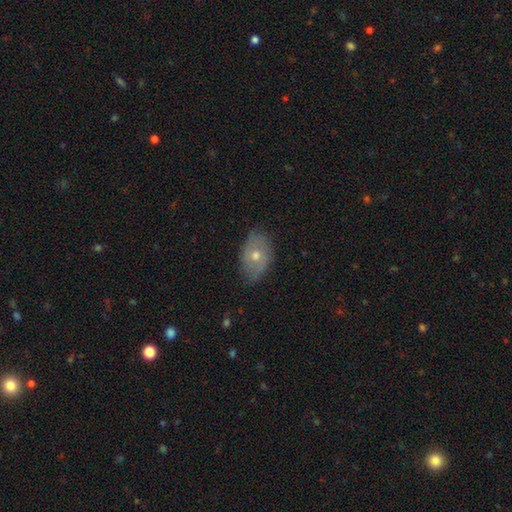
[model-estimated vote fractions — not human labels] A smooth galaxy with no disk features (45%).

Vote fractions:
- Smooth or featured? smooth: 45% / featured or disk: 44% / star or artifact: 11%
- Merging? none: 72% / minor disturbance: 22% / major disturbance: 5% / merger: 1%